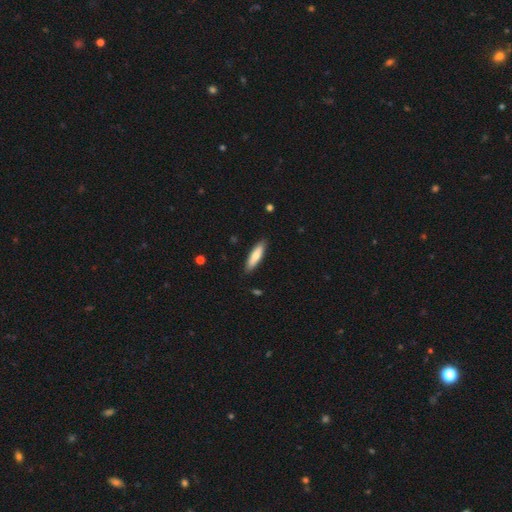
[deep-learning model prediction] smooth-or-featured: smooth: 74% | featured or disk: 21% | star or artifact: 5%
  how-rounded: cigar-shaped: 68% | in between: 31% | round: 1%
  merging: none: 89% | minor disturbance: 9% | major disturbance: 2% | merger: 1%